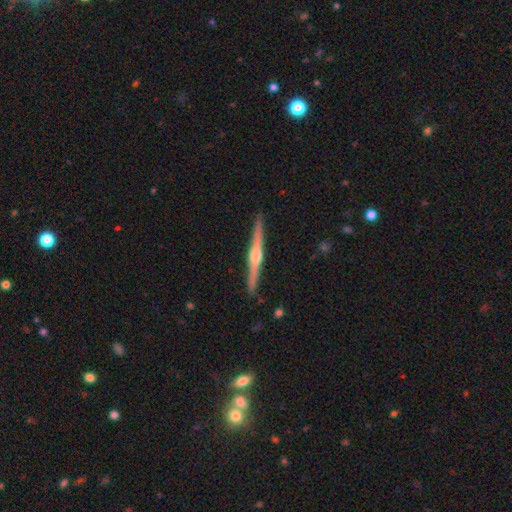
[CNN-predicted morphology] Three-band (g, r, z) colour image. It shows a featured or disk galaxy (80%) viewed edge-on (99%) with a rounded central bulge (90%). Merging: none (91%).